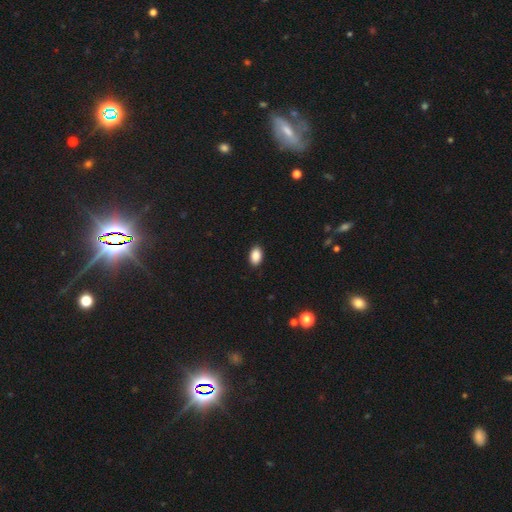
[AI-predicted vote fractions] Q: Smooth or featured?
A: smooth (89%); runner-up: star or artifact (8%)
Q: How rounded?
A: in between (90%); runner-up: round (8%)
Q: Merging?
A: none (89%); runner-up: minor disturbance (8%)